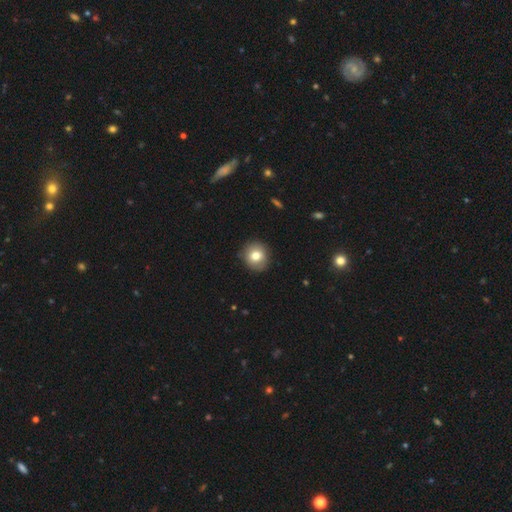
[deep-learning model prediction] Smooth or featured? smooth (78%)
How rounded? round (88%)
Merging? none (88%)